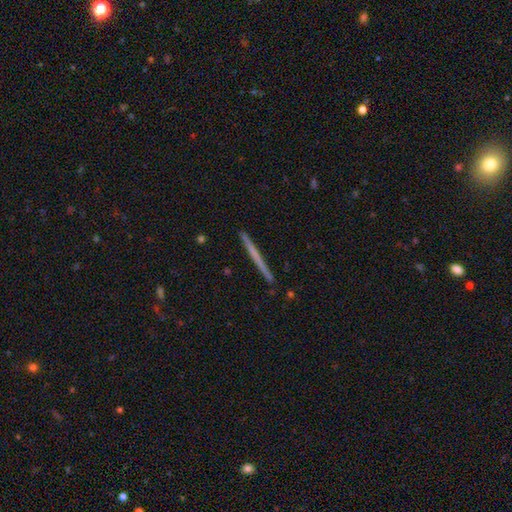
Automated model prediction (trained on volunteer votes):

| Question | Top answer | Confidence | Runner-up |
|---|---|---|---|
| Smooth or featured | featured or disk | 50% | smooth (44%) |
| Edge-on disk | yes | 98% | no (2%) |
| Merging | none | 92% | minor disturbance (5%) |